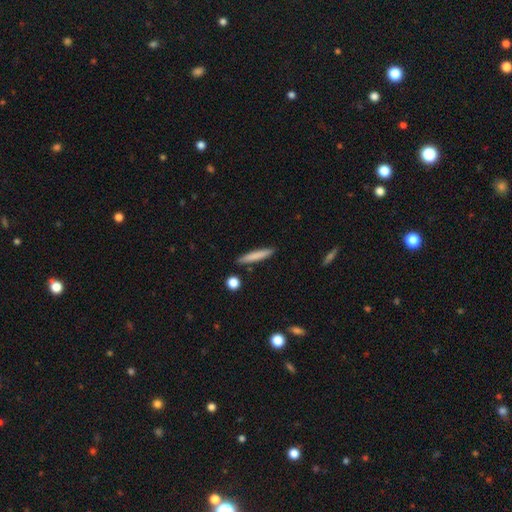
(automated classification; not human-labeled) Smooth or featured? Predicted: smooth (p=0.77). How rounded? Predicted: cigar-shaped (p=0.93). Merging? Predicted: none (p=0.89).